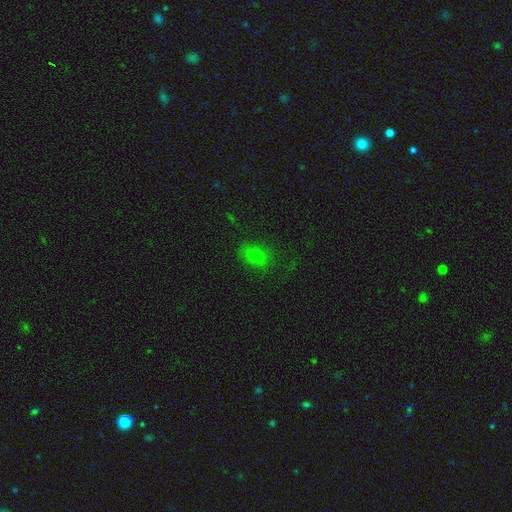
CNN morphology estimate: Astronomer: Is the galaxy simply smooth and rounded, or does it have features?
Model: smooth — 71%.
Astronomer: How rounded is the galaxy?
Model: in between — 54% (runner-up: round, 44%).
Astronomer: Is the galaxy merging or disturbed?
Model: none — 76%.